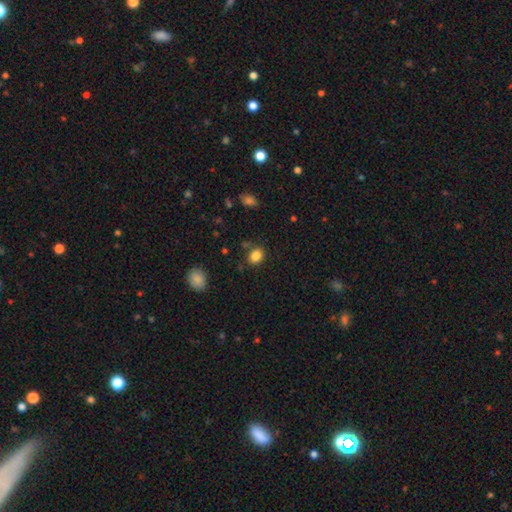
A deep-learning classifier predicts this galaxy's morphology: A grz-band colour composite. It shows a smooth galaxy with no disk features (84%) that is in between round and cigar-shaped (52%). Merging: none (76%).